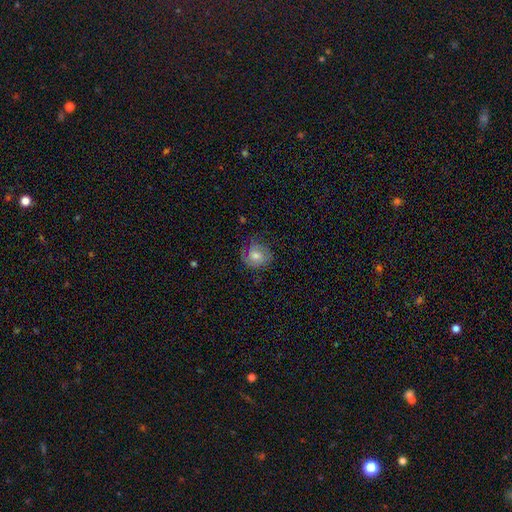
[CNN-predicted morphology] This is possibly a featured or disk galaxy (53%). It is clearly not viewed edge-on (97%). Bar: likely no (70%). Spiral arm pattern: clearly yes (85%). Central bulge: likely moderate (64%). Merging: likely none (69%).